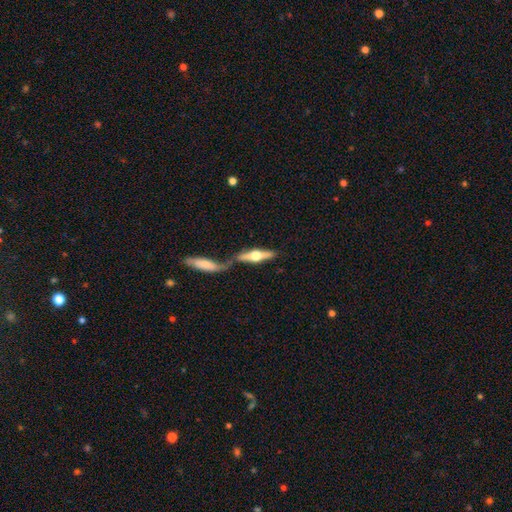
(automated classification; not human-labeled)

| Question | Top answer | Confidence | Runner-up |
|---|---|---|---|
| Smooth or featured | featured or disk | 58% | smooth (36%) |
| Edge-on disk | yes | 89% | no (11%) |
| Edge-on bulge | rounded | 94% | boxy (4%) |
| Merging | merger | 44% | none (40%) |